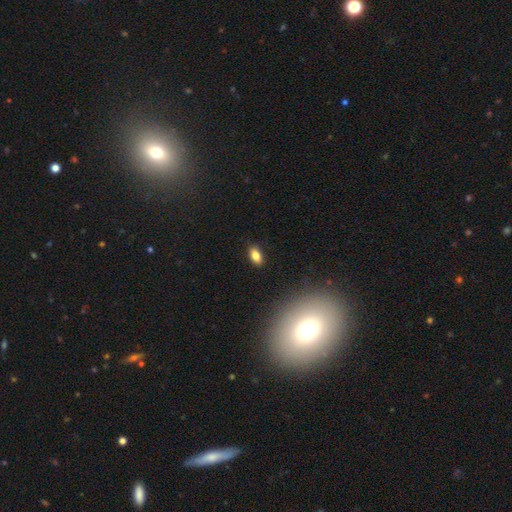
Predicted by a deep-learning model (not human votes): Overall: smooth (83%). How rounded: in between (90%). Merging: none (88%).